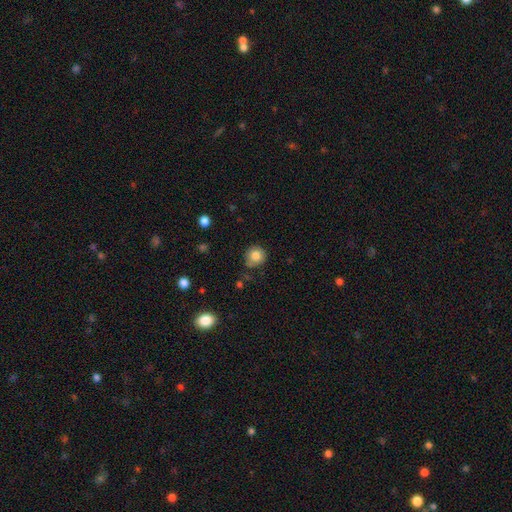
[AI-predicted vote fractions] Q: Smooth or featured?
A: smooth (82%); runner-up: star or artifact (10%)
Q: How rounded?
A: round (90%); runner-up: in between (9%)
Q: Merging?
A: none (75%); runner-up: minor disturbance (18%)